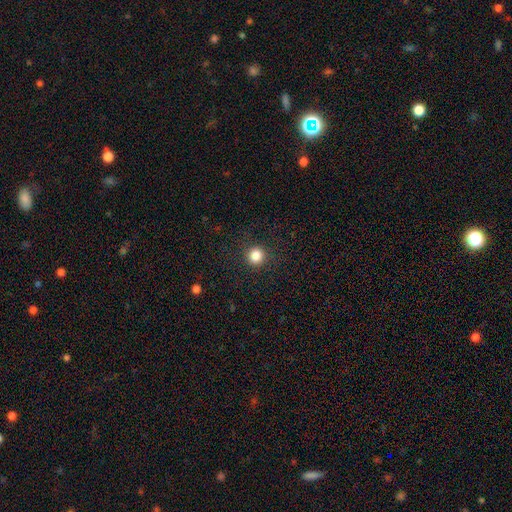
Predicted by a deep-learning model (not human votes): Smooth or featured? smooth (85%)
How rounded? round (93%)
Merging? none (90%)